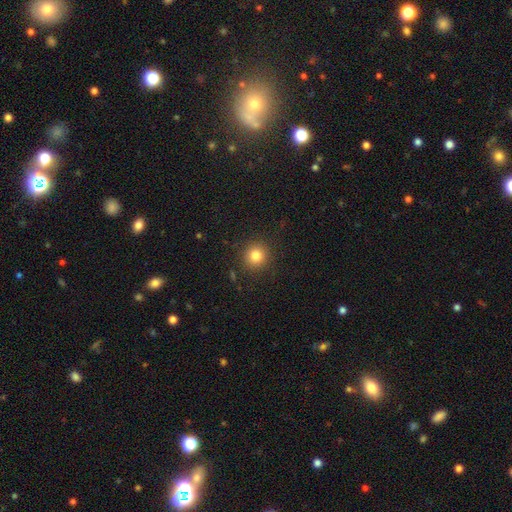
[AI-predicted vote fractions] smooth_or_featured: smooth (p=0.81) [alt: star or artifact p=0.12]
how_rounded: round (p=0.92) [alt: in between p=0.08]
merging: none (p=0.90) [alt: minor disturbance p=0.07]